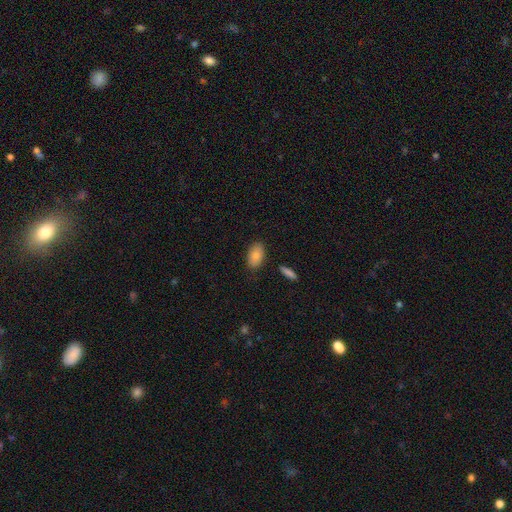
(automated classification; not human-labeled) Smooth or featured?
  - smooth: 83% *
  - featured or disk: 10%
  - star or artifact: 7%
How rounded?
  - in between: 92% *
  - round: 6%
  - cigar-shaped: 2%
Merging?
  - none: 84% *
  - minor disturbance: 11%
  - merger: 3%
  - major disturbance: 2%